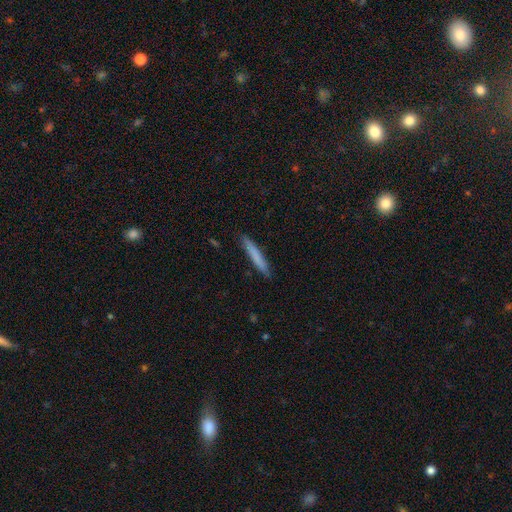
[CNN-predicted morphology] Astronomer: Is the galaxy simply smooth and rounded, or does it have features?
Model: smooth — 77%.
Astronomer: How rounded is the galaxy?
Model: cigar-shaped — 95%.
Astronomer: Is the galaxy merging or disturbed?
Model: none — 89%.